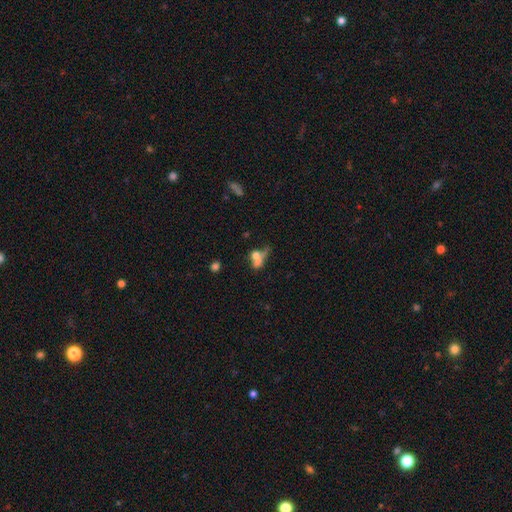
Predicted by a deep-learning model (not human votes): smooth_or_featured: smooth (p=0.60) [alt: featured or disk p=0.26]
how_rounded: in between (p=0.45) [alt: round p=0.43]
merging: merger (p=0.51) [alt: none p=0.23]